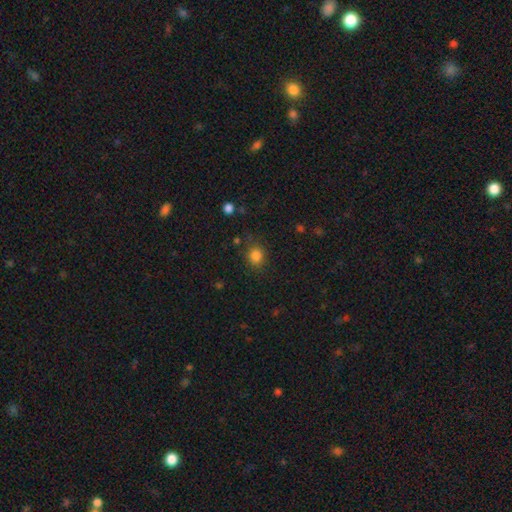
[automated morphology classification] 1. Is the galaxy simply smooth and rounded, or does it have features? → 83% smooth, 13% star or artifact, 5% featured or disk.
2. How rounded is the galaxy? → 77% round, 22% in between, 1% cigar-shaped.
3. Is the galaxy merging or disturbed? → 79% none, 14% minor disturbance, 5% major disturbance, 3% merger.